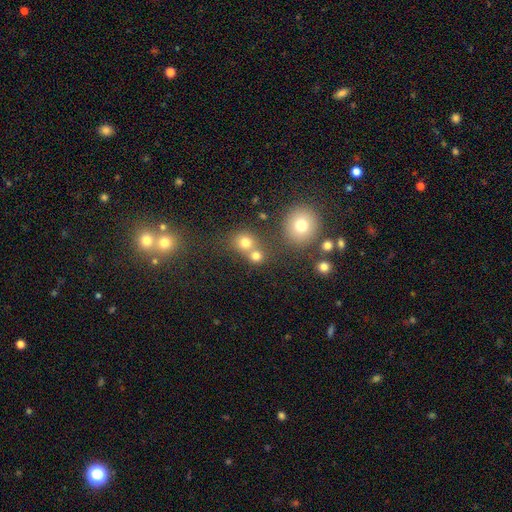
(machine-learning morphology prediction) smooth_or_featured: smooth (p=0.75) [alt: star or artifact p=0.17]
how_rounded: round (p=0.84) [alt: in between p=0.15]
merging: none (p=0.54) [alt: merger p=0.35]